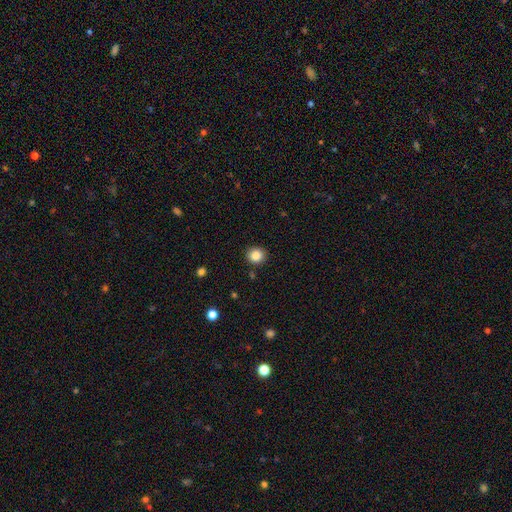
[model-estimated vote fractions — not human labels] A smooth galaxy with no disk features (86%) that is round (86%). Merging: none (89%).